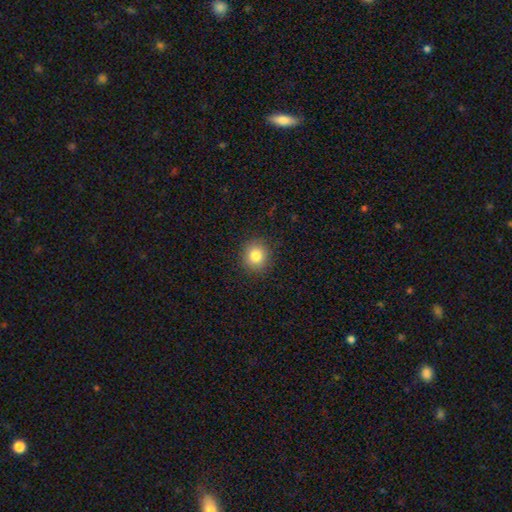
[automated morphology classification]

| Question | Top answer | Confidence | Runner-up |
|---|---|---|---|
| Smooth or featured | smooth | 82% | star or artifact (11%) |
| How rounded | round | 89% | in between (10%) |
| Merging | none | 91% | minor disturbance (6%) |